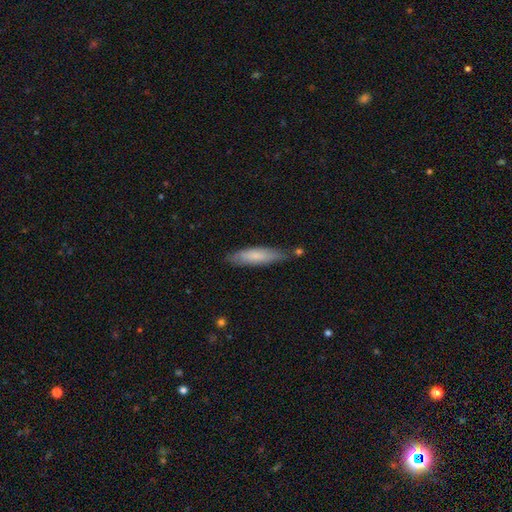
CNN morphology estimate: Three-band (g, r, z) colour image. It shows a smooth galaxy with no disk features (70%) that is cigar-shaped (74%). Merging: none (73%).